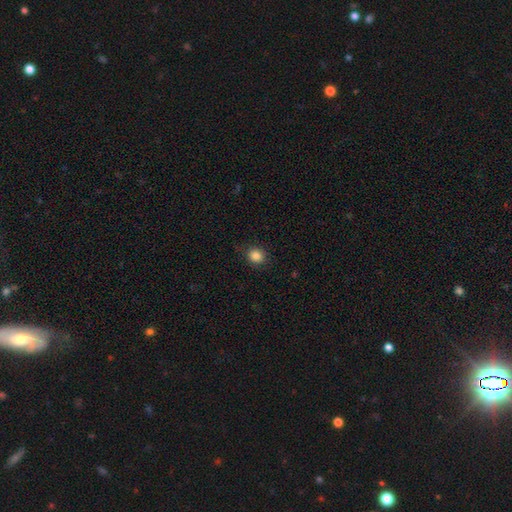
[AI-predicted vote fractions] A smooth galaxy with no disk features (86%) that is round (80%). Merging: none (85%).